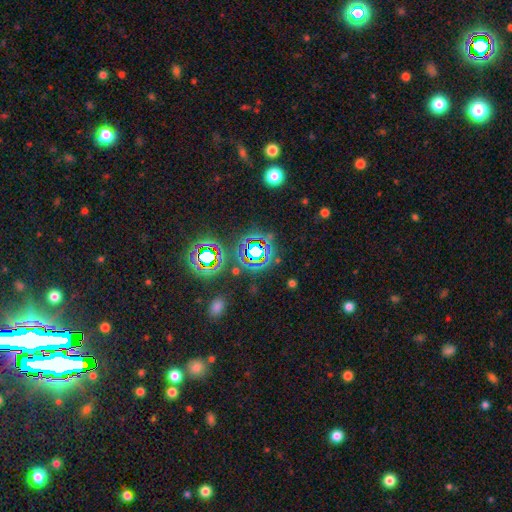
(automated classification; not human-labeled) This is likely a star or artifact rather than a galaxy (74%).